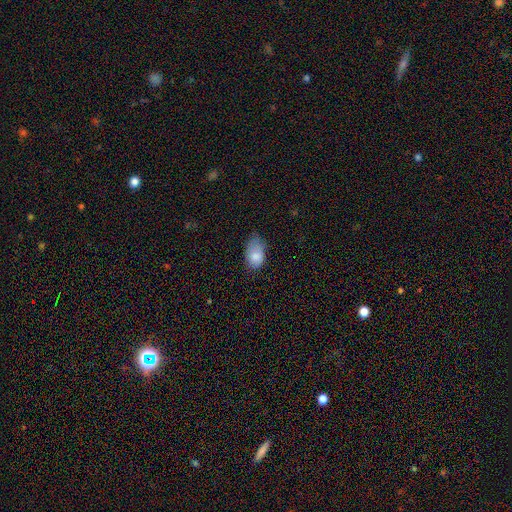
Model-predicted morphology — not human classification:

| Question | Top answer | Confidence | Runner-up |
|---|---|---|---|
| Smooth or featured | smooth | 81% | featured or disk (11%) |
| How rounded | in between | 90% | round (8%) |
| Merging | minor disturbance | 45% | none (40%) |